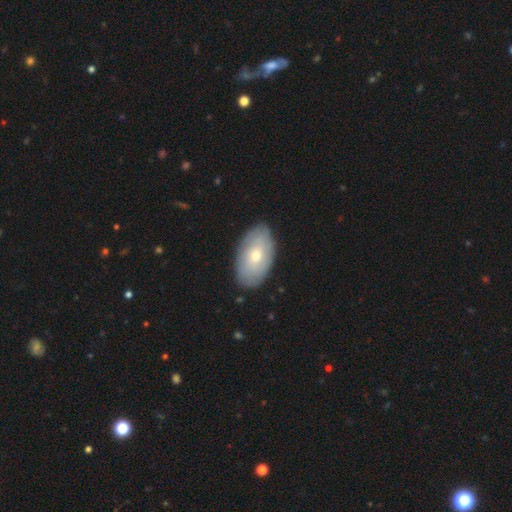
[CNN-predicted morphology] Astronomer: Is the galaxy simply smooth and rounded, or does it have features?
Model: smooth — 54% (runner-up: featured or disk, 40%).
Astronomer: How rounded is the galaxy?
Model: in between — 93%.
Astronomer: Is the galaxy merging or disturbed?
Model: none — 85%.